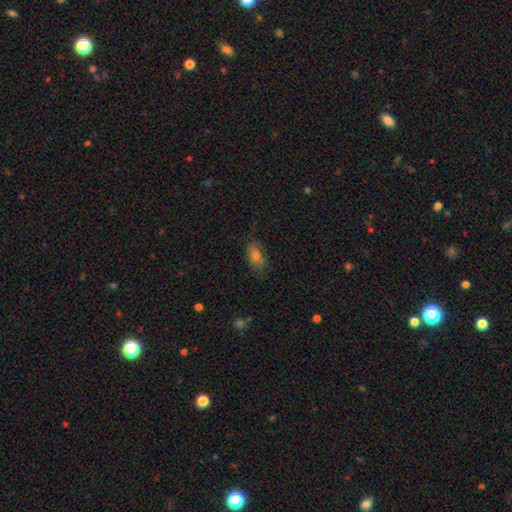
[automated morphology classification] smooth-or-featured: smooth: 65% | featured or disk: 20% | star or artifact: 15%
  how-rounded: in between: 86% | round: 10% | cigar-shaped: 4%
  merging: none: 73% | minor disturbance: 19% | major disturbance: 6% | merger: 1%